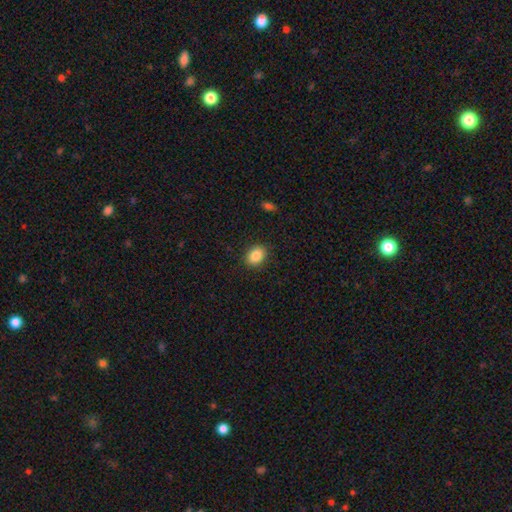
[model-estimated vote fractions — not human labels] Q: Smooth or featured?
A: smooth (86%); runner-up: star or artifact (9%)
Q: How rounded?
A: in between (59%); runner-up: round (40%)
Q: Merging?
A: none (89%); runner-up: minor disturbance (8%)